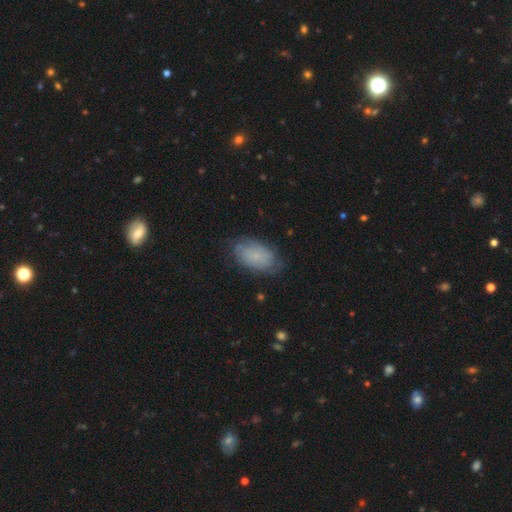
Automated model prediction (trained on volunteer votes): smooth_or_featured: smooth (p=0.55) [alt: featured or disk p=0.36]
how_rounded: in between (p=0.91) [alt: round p=0.07]
merging: none (p=0.70) [alt: minor disturbance p=0.21]